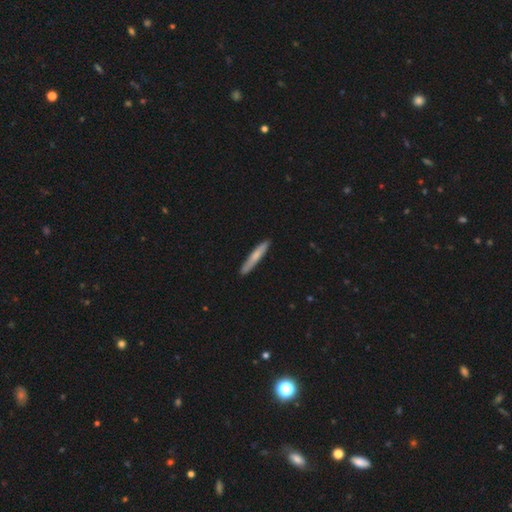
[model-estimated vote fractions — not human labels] Overall: smooth (71%). How rounded: cigar-shaped (95%). Merging: none (89%).